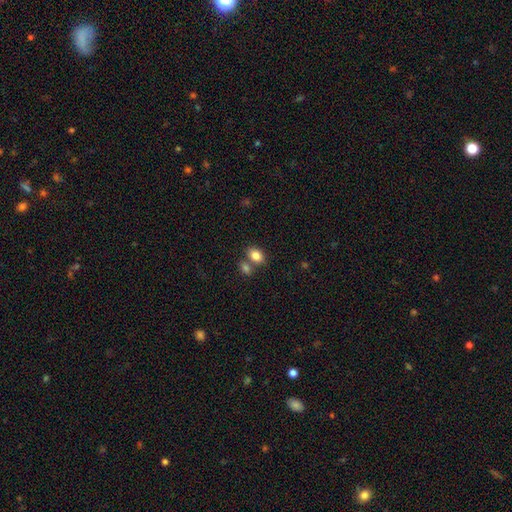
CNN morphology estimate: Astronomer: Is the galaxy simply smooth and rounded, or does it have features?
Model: smooth — 84%.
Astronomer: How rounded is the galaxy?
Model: in between — 77%.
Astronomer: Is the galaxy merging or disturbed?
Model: none — 55% (runner-up: merger, 31%).